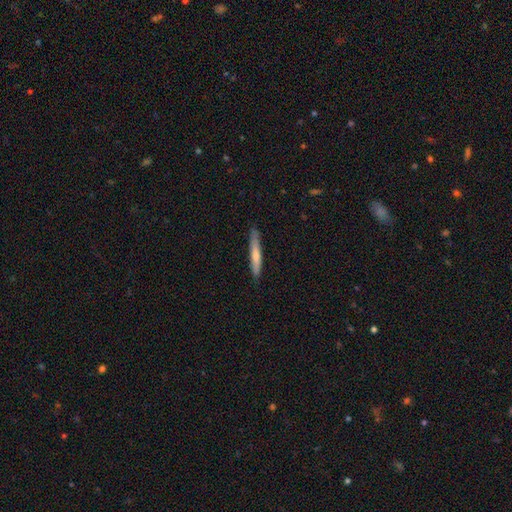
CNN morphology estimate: Q: Smooth or featured?
A: smooth (67%); runner-up: featured or disk (28%)
Q: How rounded?
A: cigar-shaped (94%); runner-up: in between (5%)
Q: Merging?
A: none (84%); runner-up: minor disturbance (12%)